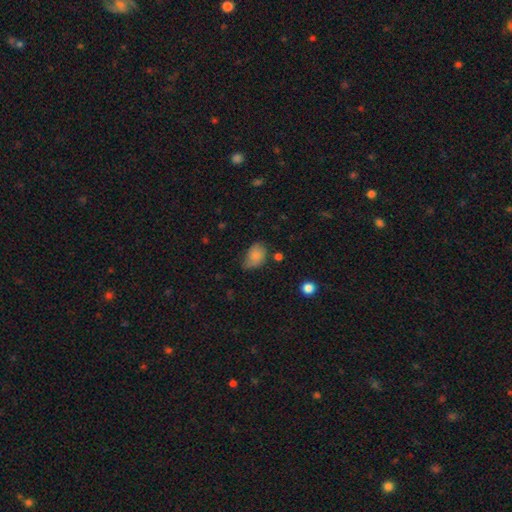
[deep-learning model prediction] A smooth galaxy with no disk features (80%) that is in between round and cigar-shaped (81%).

Vote fractions:
- Smooth or featured? smooth: 80% / featured or disk: 11% / star or artifact: 9%
- How rounded? in between: 81% / round: 17% / cigar-shaped: 1%
- Merging? none: 48% / minor disturbance: 39% / major disturbance: 10% / merger: 3%